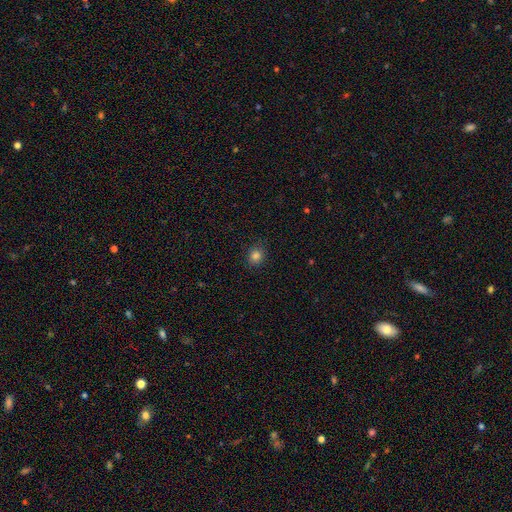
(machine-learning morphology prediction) This is clearly a smooth galaxy (83%). How rounded: likely round (76%). Merging: clearly none (89%).